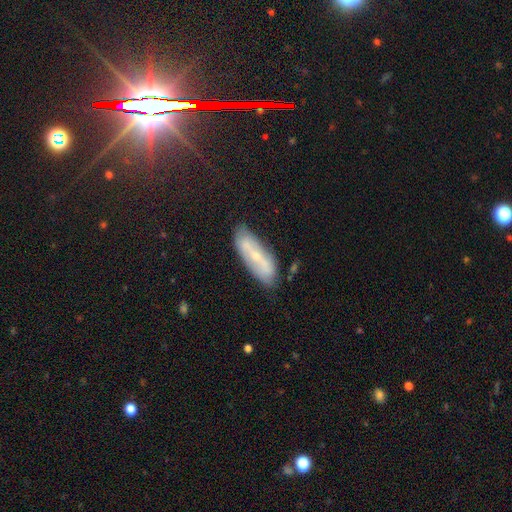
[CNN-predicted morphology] smooth-or-featured: featured or disk: 54% | smooth: 36% | star or artifact: 10%
  disk-edge-on: no: 73% | yes: 27%
  merging: none: 73% | minor disturbance: 18% | major disturbance: 5% | merger: 5%